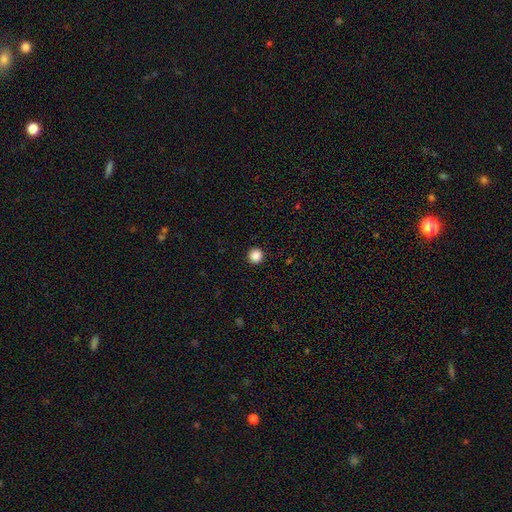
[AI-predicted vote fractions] This is clearly a smooth galaxy (87%). How rounded: clearly round (96%). Merging: clearly none (93%).